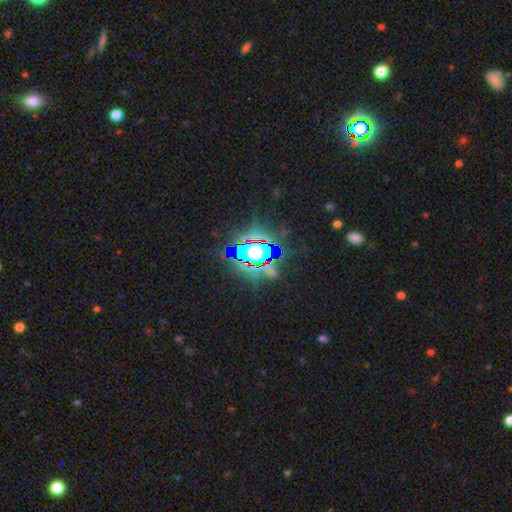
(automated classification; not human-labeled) smooth-or-featured: star or artifact: 81% | smooth: 10% | featured or disk: 9%